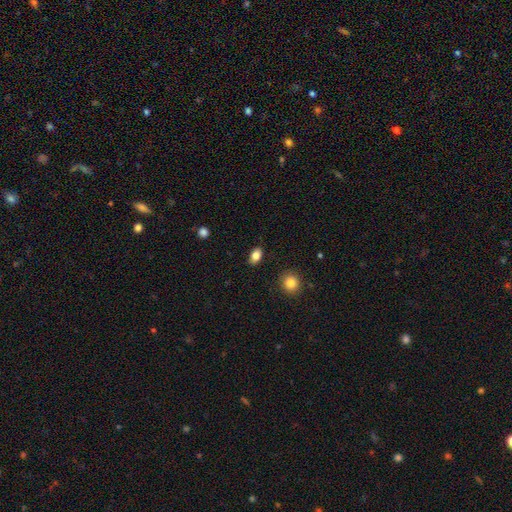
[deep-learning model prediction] A smooth galaxy with no disk features (82%) that is in between round and cigar-shaped (84%).

Vote fractions:
- Smooth or featured? smooth: 82% / featured or disk: 9% / star or artifact: 9%
- How rounded? in between: 84% / round: 14% / cigar-shaped: 2%
- Merging? none: 86% / minor disturbance: 10% / major disturbance: 2% / merger: 1%